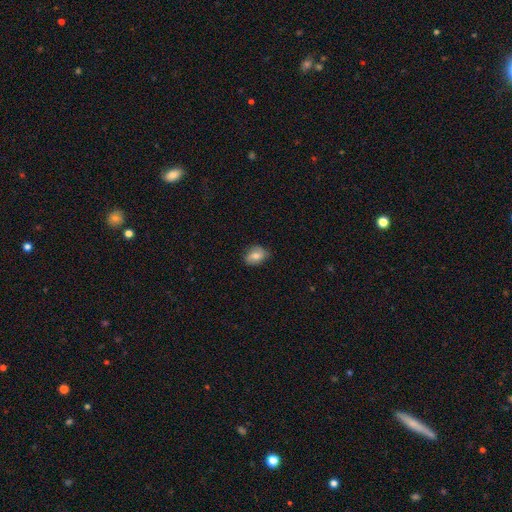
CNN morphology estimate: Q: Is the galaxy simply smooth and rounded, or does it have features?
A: smooth — 74%.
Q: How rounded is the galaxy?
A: in between — 74%.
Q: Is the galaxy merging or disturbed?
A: none — 77%.